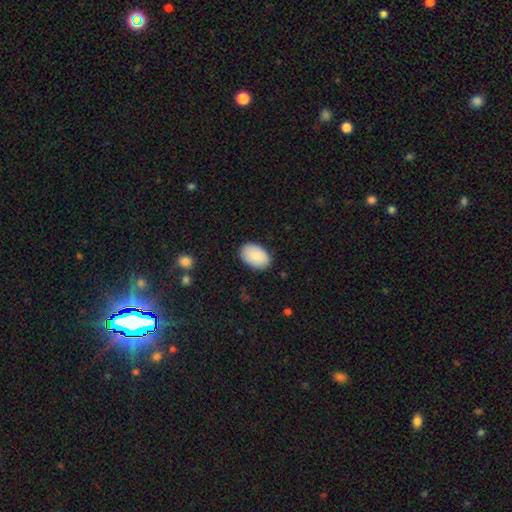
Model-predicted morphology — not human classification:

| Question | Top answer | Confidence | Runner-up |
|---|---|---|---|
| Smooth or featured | smooth | 89% | star or artifact (6%) |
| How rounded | in between | 91% | round (8%) |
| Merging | none | 86% | minor disturbance (11%) |